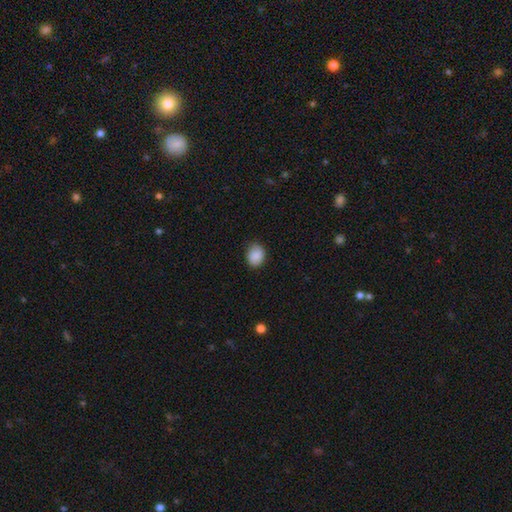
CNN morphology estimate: Overall: smooth (88%). How rounded: round (51%; in between 48%). Merging: none (78%).